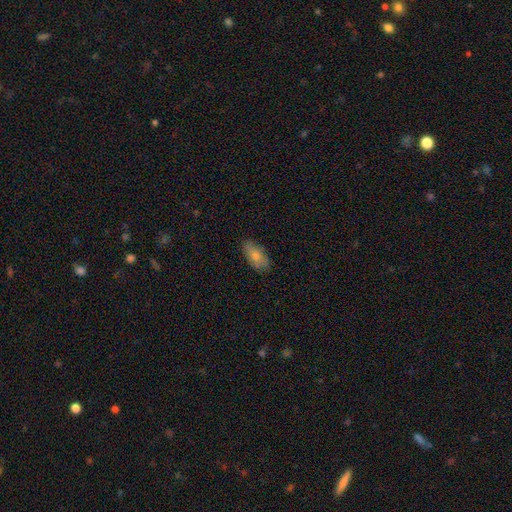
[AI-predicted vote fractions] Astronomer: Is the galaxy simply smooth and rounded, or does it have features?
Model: smooth — 78%.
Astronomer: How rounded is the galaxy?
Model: in between — 91%.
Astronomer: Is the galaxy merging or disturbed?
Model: none — 80%.